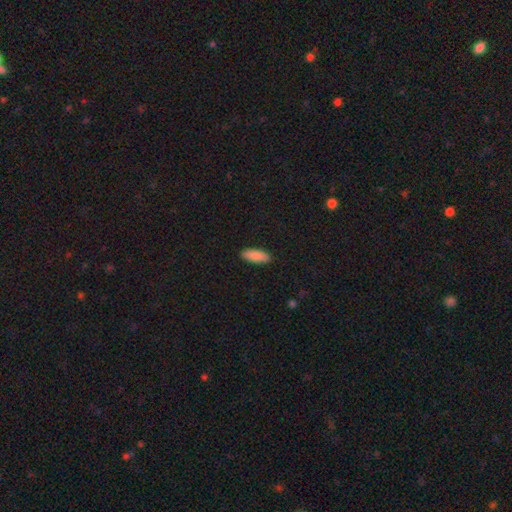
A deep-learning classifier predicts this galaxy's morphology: type=smooth (87%); roundness=in between (72%); merging=none (90%).